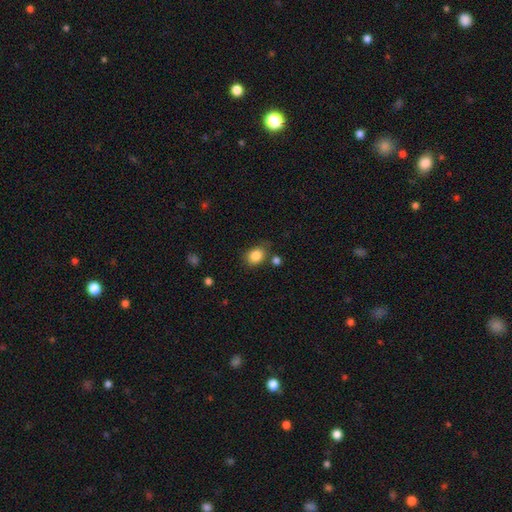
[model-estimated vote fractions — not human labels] Smooth or featured: smooth — 86% (star or artifact — 9%)
How rounded: in between — 52% (round — 47%)
Merging: none — 71% (minor disturbance — 18%)